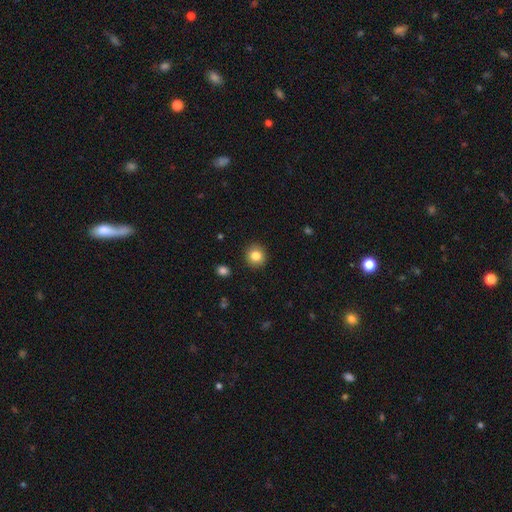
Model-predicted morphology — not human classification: This appears to be a smooth galaxy with no disk features (83%) that is round (91%). Merging: none (91%).